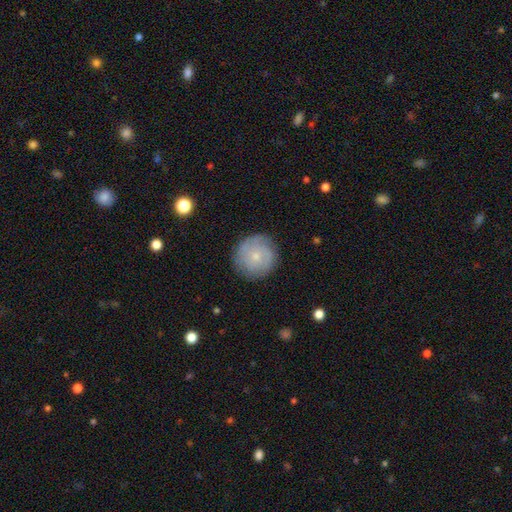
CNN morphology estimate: smooth_or_featured: smooth (p=0.49) [alt: featured or disk p=0.44]
merging: none (p=0.84) [alt: minor disturbance p=0.12]